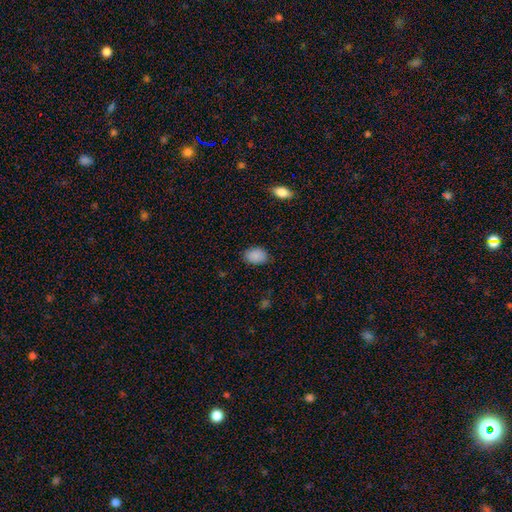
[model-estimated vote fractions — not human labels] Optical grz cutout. It shows a smooth galaxy with no disk features (88%) that is in between round and cigar-shaped (79%). Merging: none (83%).